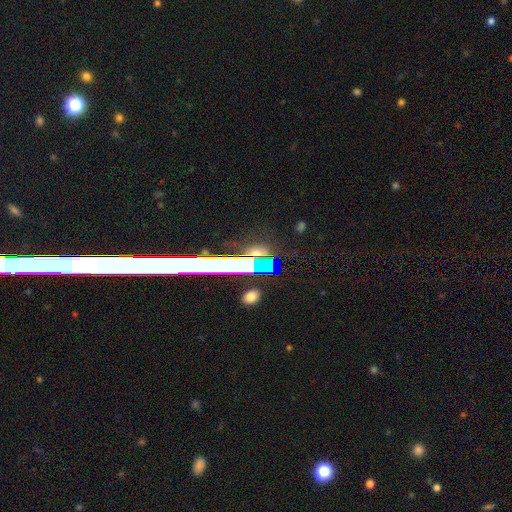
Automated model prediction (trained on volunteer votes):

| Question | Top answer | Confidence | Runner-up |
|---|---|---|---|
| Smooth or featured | star or artifact | 48% | smooth (32%) |